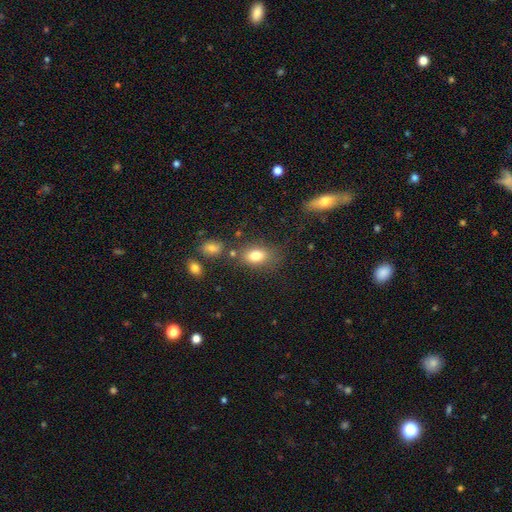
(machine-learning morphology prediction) The model was most divided on "merging": none: 69%, minor disturbance: 16%, merger: 9%, major disturbance: 6%. More confident: how rounded — in between (82%); smooth or featured — smooth (80%).